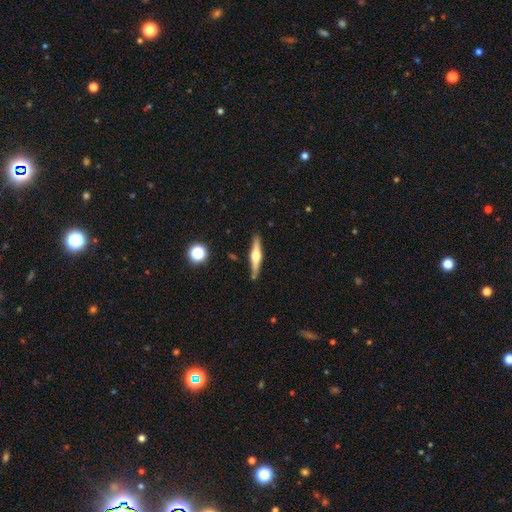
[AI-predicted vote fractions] The model was most divided on "smooth or featured": featured or disk: 62%, smooth: 31%, star or artifact: 6%. More confident: edge-on disk — yes (97%); edge-on bulge — rounded (91%); merging — none (86%).